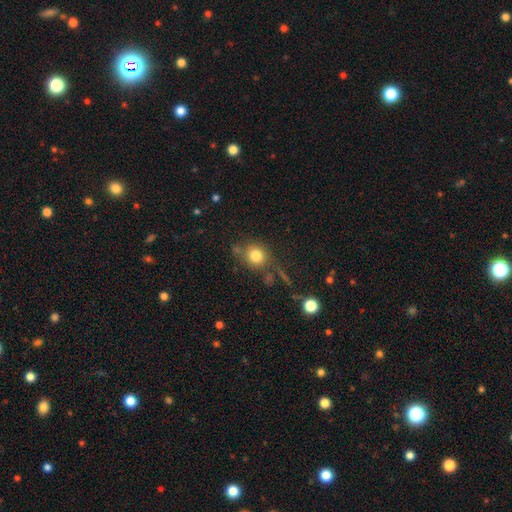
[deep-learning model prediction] Morphology: type=smooth (79%); roundness=round (82%); merging=none (72%).